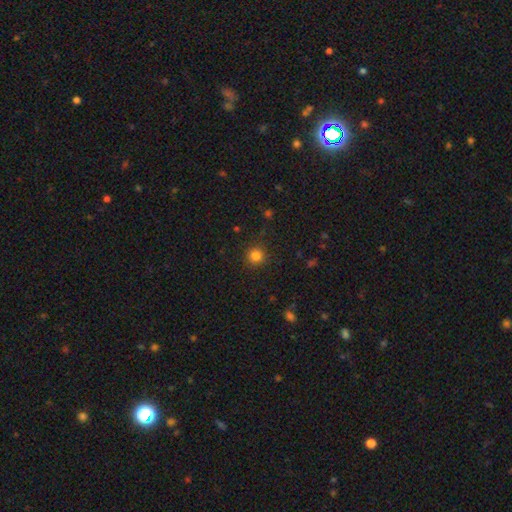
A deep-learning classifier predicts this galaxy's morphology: Smooth or featured? Predicted: smooth (p=0.83). How rounded? Predicted: round (p=0.94). Merging? Predicted: none (p=0.90).